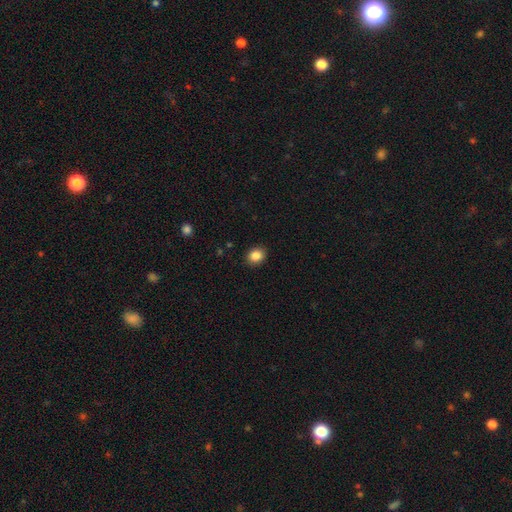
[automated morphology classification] smooth 86%, star or artifact 9%, featured or disk 4%. Down the decision tree: how rounded — round (59%); merging — none (90%).